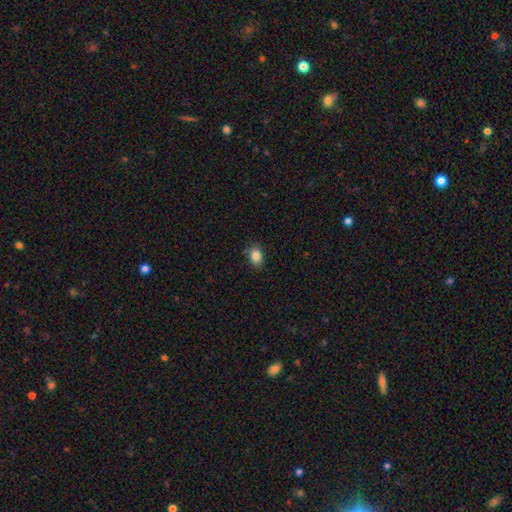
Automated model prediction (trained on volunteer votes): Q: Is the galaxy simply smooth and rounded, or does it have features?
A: smooth — 86%.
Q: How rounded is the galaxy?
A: in between — 76%.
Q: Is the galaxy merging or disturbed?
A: none — 85%.